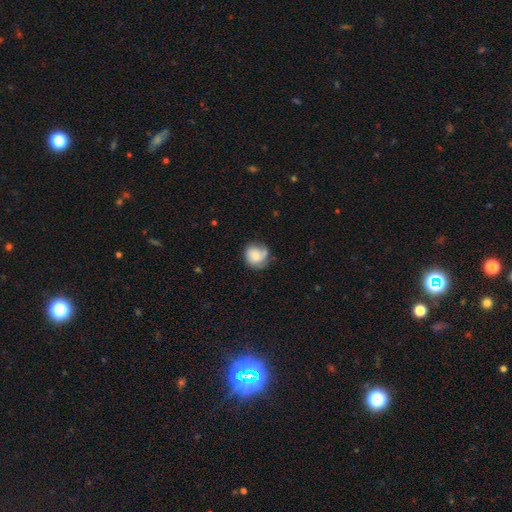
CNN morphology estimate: Smooth or featured? Predicted: smooth (p=0.54). How rounded? Predicted: round (p=0.80). Merging? Predicted: none (p=0.57).